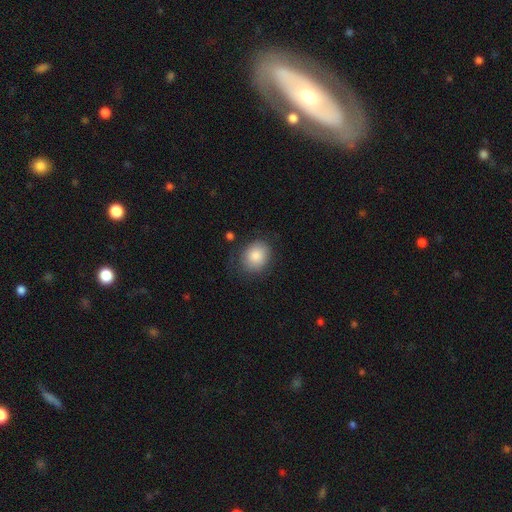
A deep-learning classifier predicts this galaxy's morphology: type=smooth (84%); roundness=round (59%); merging=none (74%).